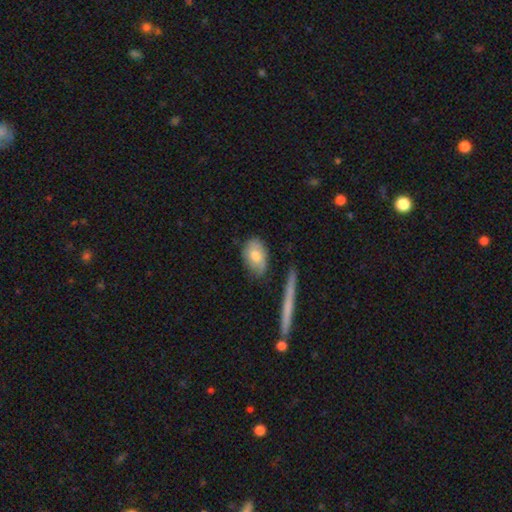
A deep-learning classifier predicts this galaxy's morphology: Smooth or featured? smooth (65%)
How rounded? in between (82%)
Merging? none (65%)